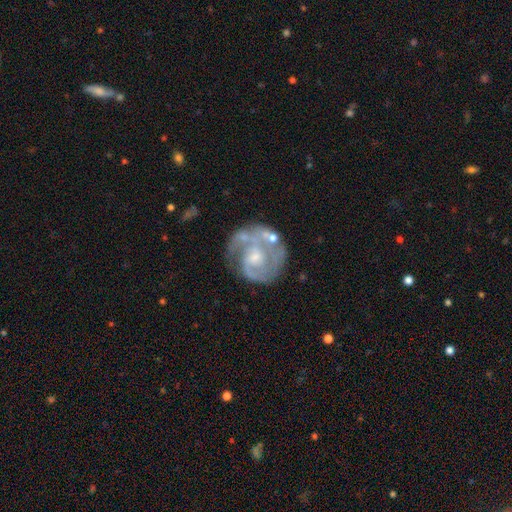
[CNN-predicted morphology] Smooth or featured?
  - featured or disk: 83% *
  - smooth: 11%
  - star or artifact: 6%
Edge-on disk?
  - no: 98% *
  - yes: 2%
Bar?
  - no: 61% *
  - weak: 33%
  - strong: 6%
Spiral arms?
  - yes: 90% *
  - no: 10%
Spiral winding?
  - tight: 50% *
  - medium: 37%
  - loose: 13%
Spiral arm count?
  - 2: 44% *
  - 1: 22%
  - can't tell: 19%
  - 3: 10%
  - 4: 3%
  - more than 4: 3%
Bulge size?
  - small: 48% *
  - moderate: 38%
  - none: 9%
  - large: 3%
  - dominant: 1%
Merging?
  - none: 58% *
  - minor disturbance: 19%
  - major disturbance: 15%
  - merger: 7%